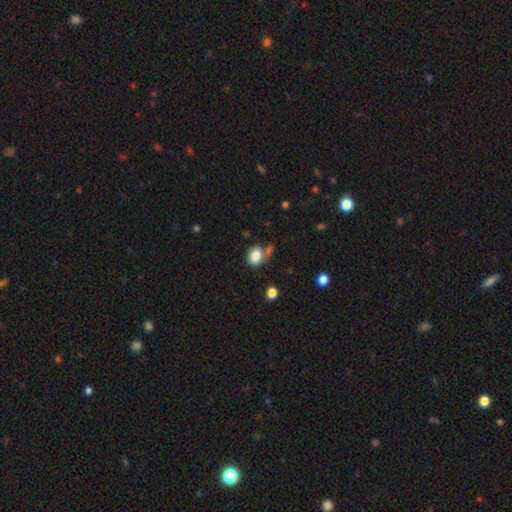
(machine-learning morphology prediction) Smooth or featured? smooth (83%)
How rounded? in between (56%)
Merging? none (58%)